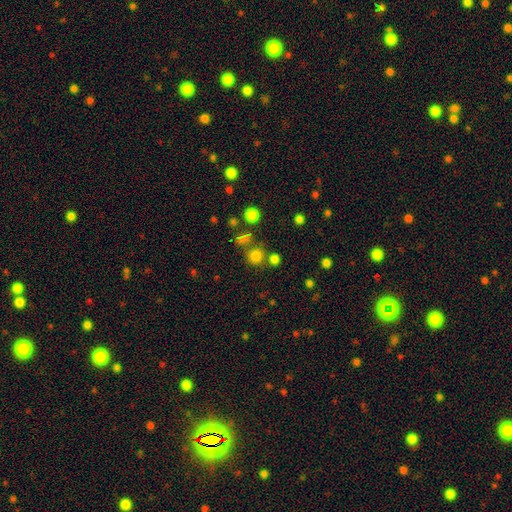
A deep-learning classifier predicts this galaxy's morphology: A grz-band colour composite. It shows a smooth galaxy with no disk features (75%) that is round (90%). Merging: none (70%).